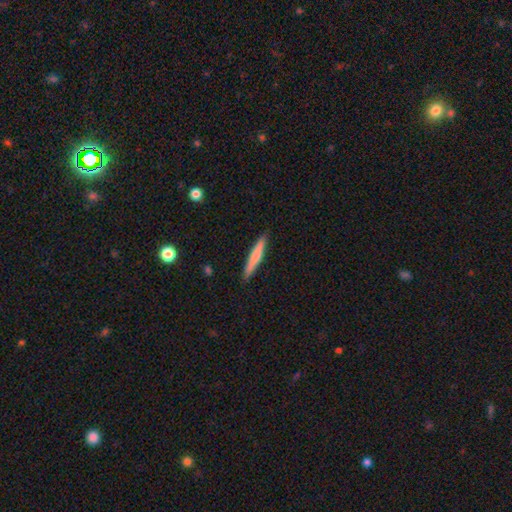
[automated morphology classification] smooth_or_featured: smooth (p=0.68) [alt: featured or disk p=0.26]
how_rounded: cigar-shaped (p=0.94) [alt: in between p=0.05]
merging: none (p=0.89) [alt: minor disturbance p=0.08]